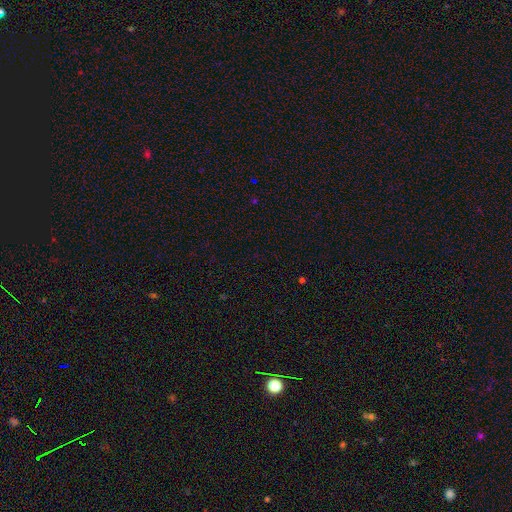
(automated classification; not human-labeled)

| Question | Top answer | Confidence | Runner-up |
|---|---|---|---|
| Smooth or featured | star or artifact | 68% | smooth (25%) |